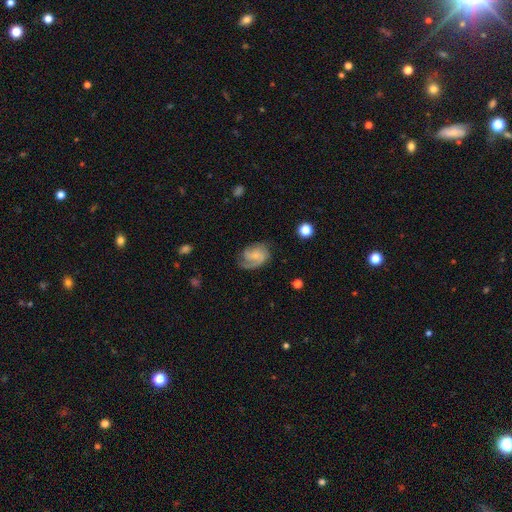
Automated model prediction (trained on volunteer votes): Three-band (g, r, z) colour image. It shows a featured or disk galaxy (72%) with no bar (58%), 2 (51%) medium (46%) spiral arms (94%) and a small central bulge (56%). Merging: none (64%).